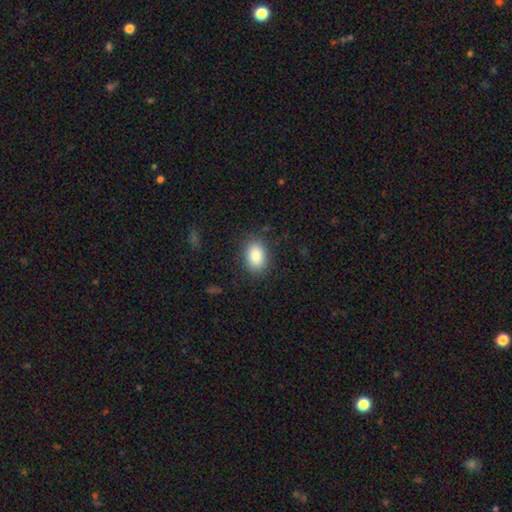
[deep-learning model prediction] Smooth or featured? smooth (86%)
How rounded? in between (83%)
Merging? none (84%)